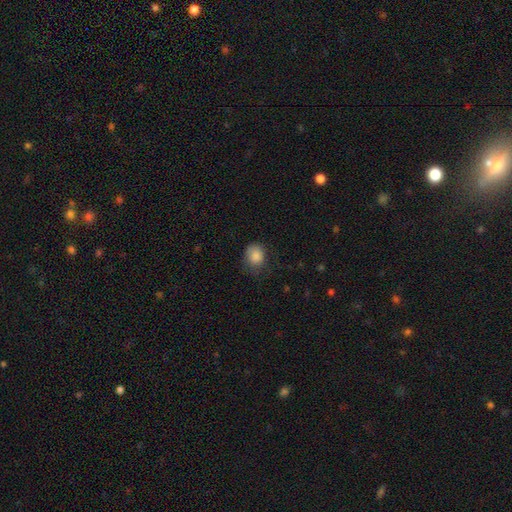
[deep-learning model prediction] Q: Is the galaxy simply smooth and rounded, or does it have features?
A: smooth — 86%.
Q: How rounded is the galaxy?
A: round — 65%.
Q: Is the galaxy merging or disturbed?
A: none — 63%.